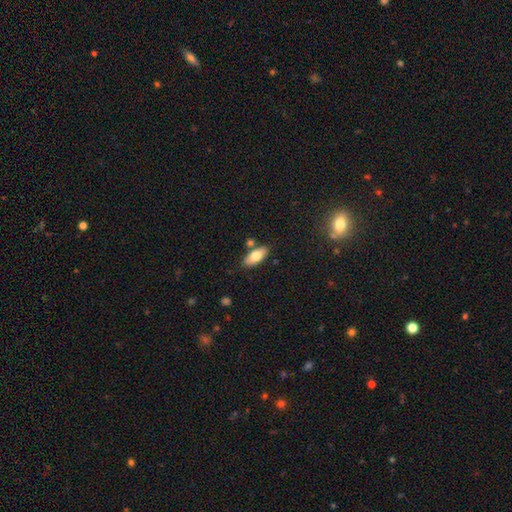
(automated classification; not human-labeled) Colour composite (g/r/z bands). It shows a smooth galaxy with no disk features (75%) that is in between round and cigar-shaped (83%). Merging: none (79%).